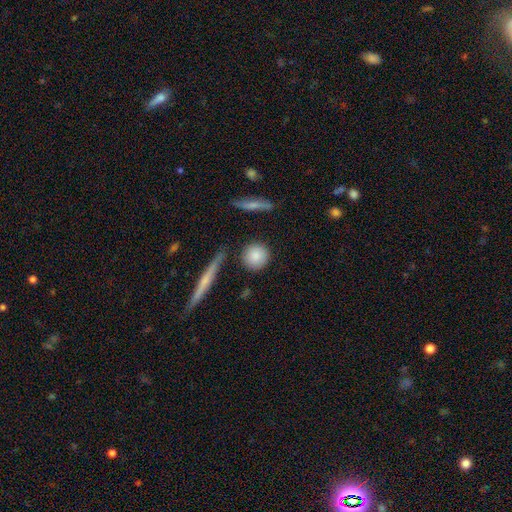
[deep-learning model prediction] Q: Smooth or featured?
A: smooth (85%); runner-up: featured or disk (8%)
Q: How rounded?
A: round (89%); runner-up: in between (8%)
Q: Merging?
A: none (85%); runner-up: minor disturbance (9%)